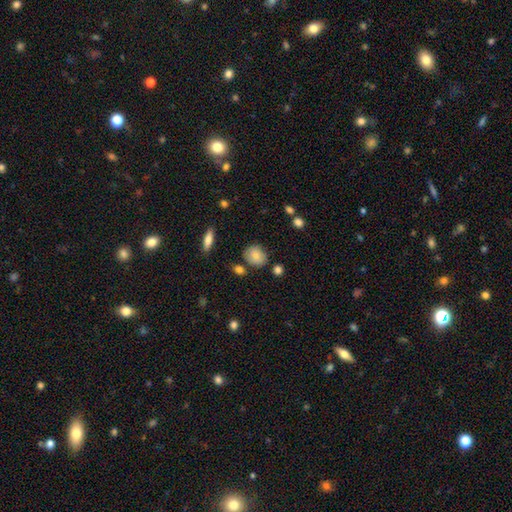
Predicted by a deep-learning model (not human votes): A smooth galaxy with no disk features (82%) that is round (61%).

Vote fractions:
- Smooth or featured? smooth: 82% / featured or disk: 9% / star or artifact: 9%
- How rounded? round: 61% / in between: 37% / cigar-shaped: 2%
- Merging? none: 77% / minor disturbance: 14% / merger: 5% / major disturbance: 3%